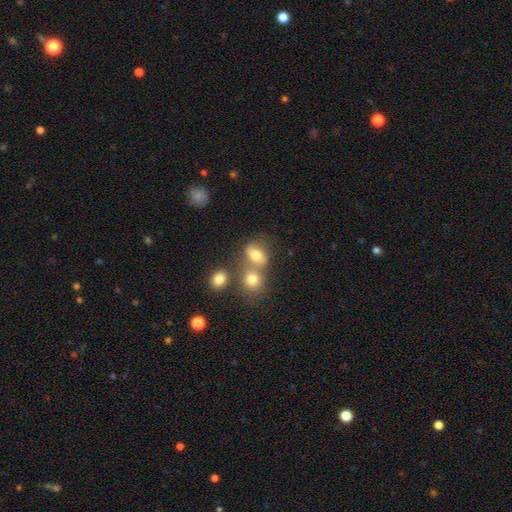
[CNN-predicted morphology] type=smooth (67%); roundness=in between (54%); merging=merger (42%).